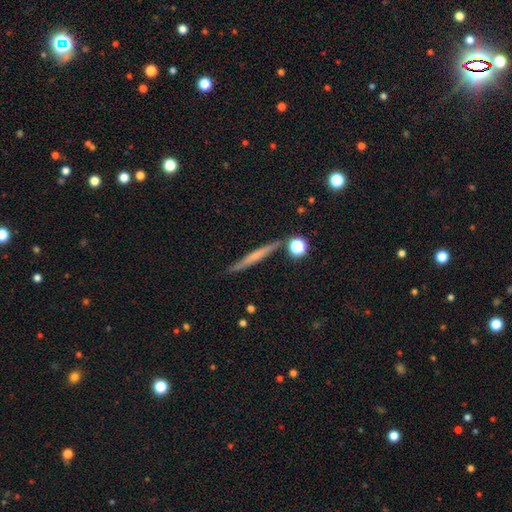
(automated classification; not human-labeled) Q: Smooth or featured?
A: smooth (46%); tied with: featured or disk (46%)
Q: Merging?
A: none (85%); runner-up: minor disturbance (9%)